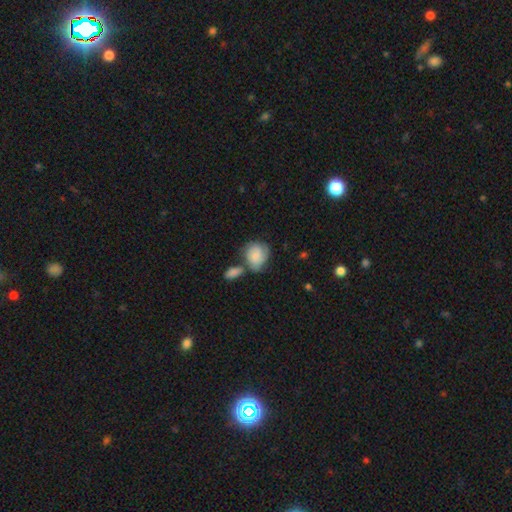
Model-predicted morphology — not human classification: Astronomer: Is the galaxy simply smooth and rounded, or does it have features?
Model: smooth — 68%.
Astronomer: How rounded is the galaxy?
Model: round — 58% (runner-up: in between, 40%).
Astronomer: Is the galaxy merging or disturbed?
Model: none — 40% (runner-up: merger, 28%).